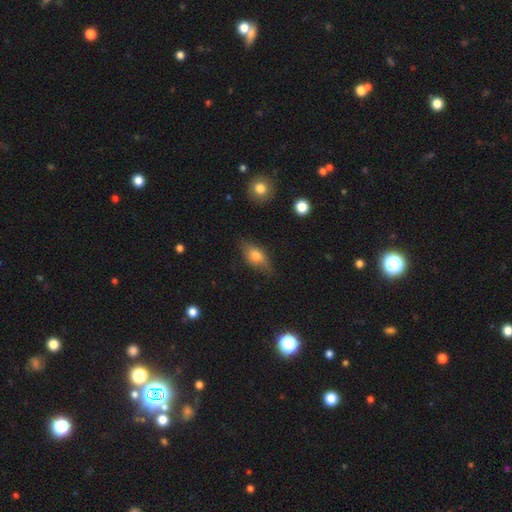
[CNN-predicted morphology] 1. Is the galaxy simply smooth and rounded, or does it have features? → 60% smooth, 31% featured or disk, 9% star or artifact.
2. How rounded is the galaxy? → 79% in between, 12% cigar-shaped, 9% round.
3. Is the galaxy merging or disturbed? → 70% none, 23% minor disturbance, 5% major disturbance, 2% merger.